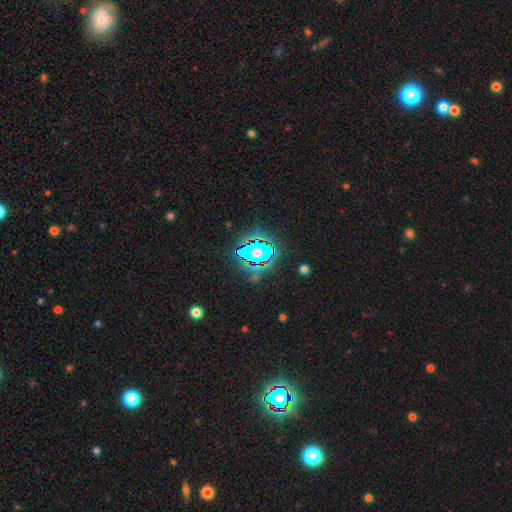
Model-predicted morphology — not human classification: A star or artifact, not a galaxy (81%).

Vote fractions:
- Smooth or featured? star or artifact: 81% / smooth: 11% / featured or disk: 8%